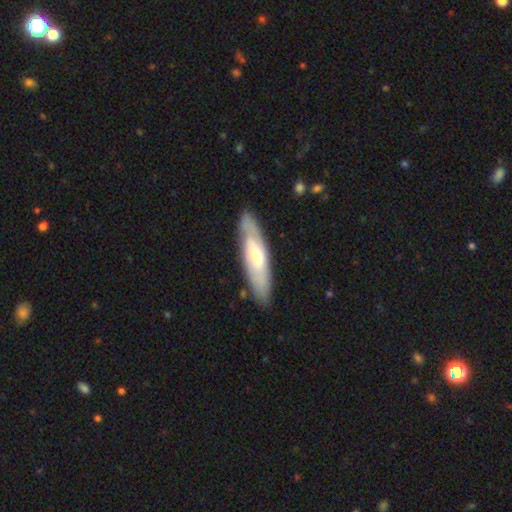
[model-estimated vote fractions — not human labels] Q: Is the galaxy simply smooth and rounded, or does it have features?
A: featured or disk — 52%.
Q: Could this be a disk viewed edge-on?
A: no — 55%.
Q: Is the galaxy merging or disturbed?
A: none — 85%.